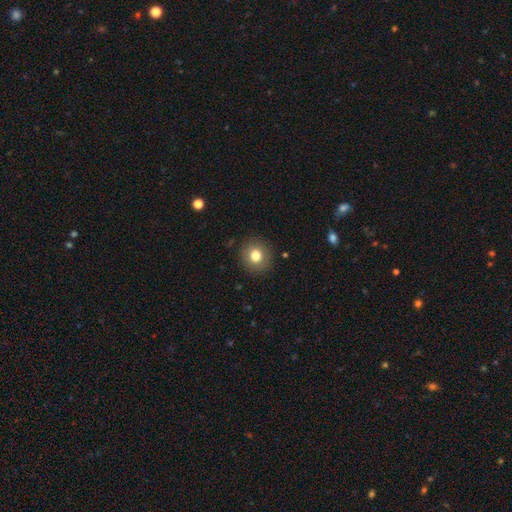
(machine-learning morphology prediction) A smooth galaxy with no disk features (79%) that is round (89%). Merging: none (89%).